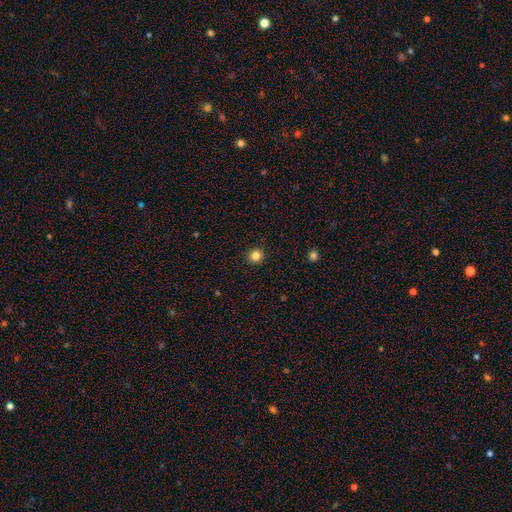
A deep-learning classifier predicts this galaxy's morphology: Smooth or featured: smooth — 83% (star or artifact — 12%)
How rounded: round — 95% (in between — 4%)
Merging: none — 93% (minor disturbance — 5%)